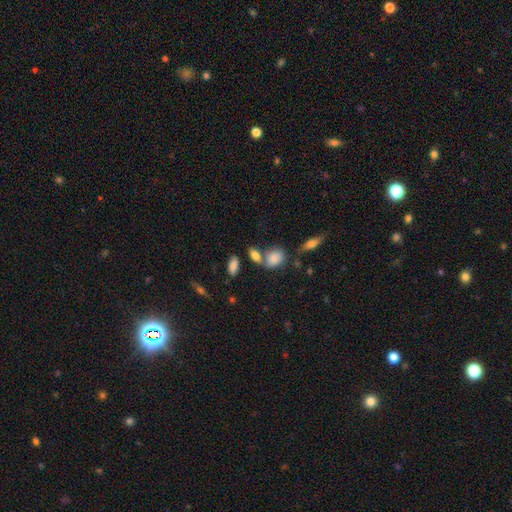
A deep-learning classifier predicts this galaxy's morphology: smooth-or-featured: smooth: 79% | featured or disk: 11% | star or artifact: 10%
  how-rounded: in between: 74% | round: 20% | cigar-shaped: 6%
  merging: none: 51% | merger: 30% | minor disturbance: 14% | major disturbance: 5%